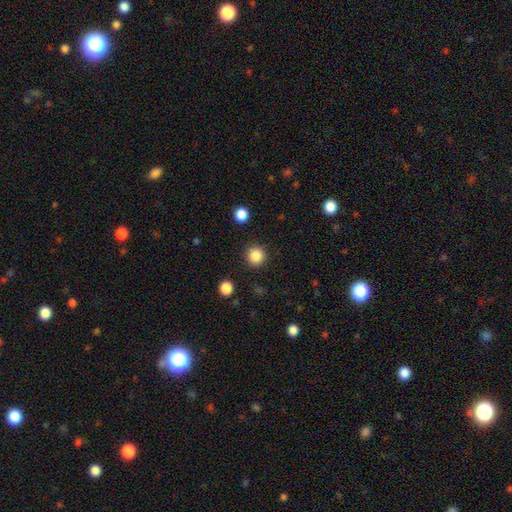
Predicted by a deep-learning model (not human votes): A smooth galaxy with no disk features (85%) that is round (94%).

Vote fractions:
- Smooth or featured? smooth: 85% / star or artifact: 11% / featured or disk: 4%
- How rounded? round: 94% / in between: 5% / cigar-shaped: 1%
- Merging? none: 91% / minor disturbance: 6% / major disturbance: 2% / merger: 1%